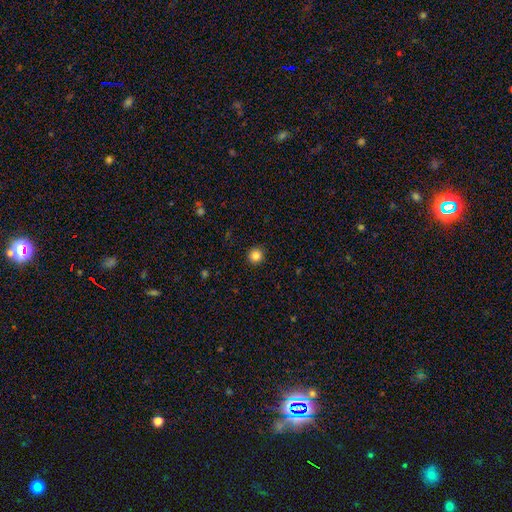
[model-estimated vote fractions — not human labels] This is clearly a smooth galaxy (85%). How rounded: clearly round (93%). Merging: clearly none (91%).